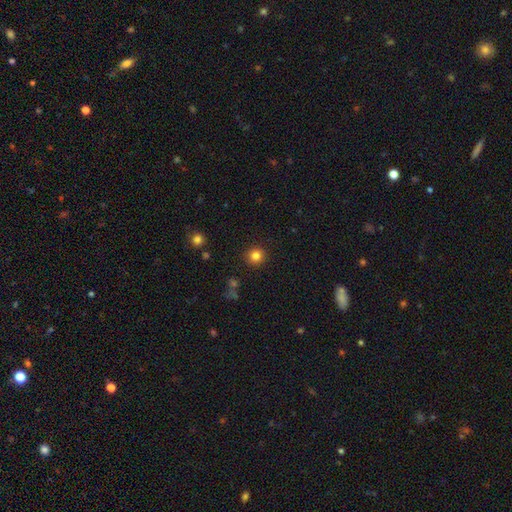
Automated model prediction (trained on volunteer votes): A smooth galaxy with no disk features (82%) that is round (94%). Merging: none (91%).